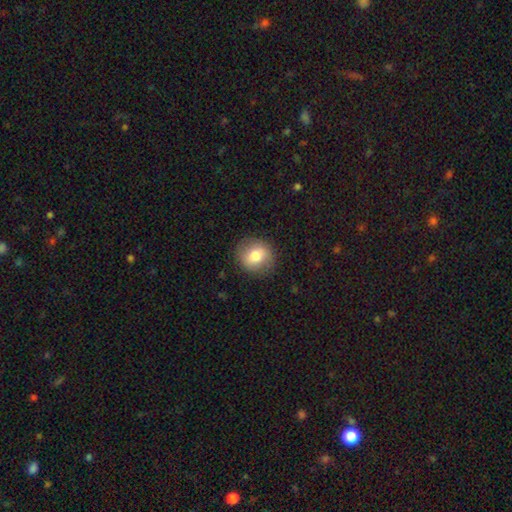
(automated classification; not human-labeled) smooth-or-featured: smooth: 74% | featured or disk: 18% | star or artifact: 8%
  how-rounded: round: 85% | in between: 14% | cigar-shaped: 1%
  merging: none: 87% | minor disturbance: 9% | major disturbance: 3% | merger: 1%